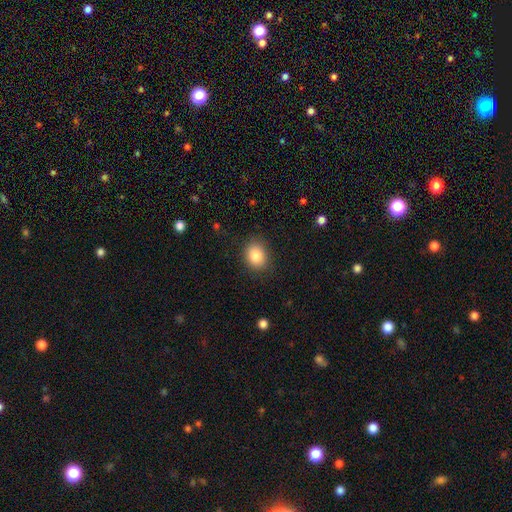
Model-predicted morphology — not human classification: type=smooth (84%); roundness=round (55%); merging=none (85%).